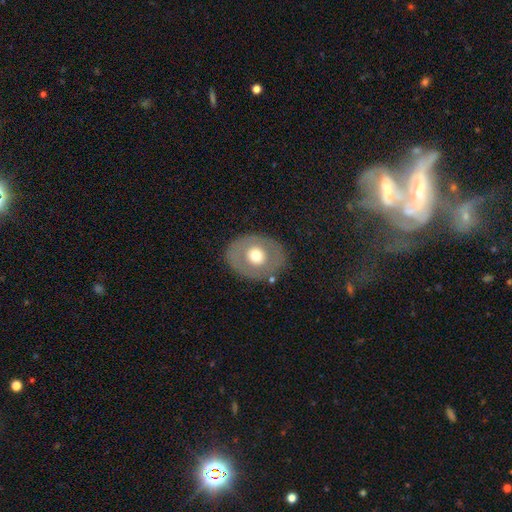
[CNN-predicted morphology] Smooth or featured?
  - smooth: 53% *
  - featured or disk: 40%
  - star or artifact: 7%
How rounded?
  - round: 54% *
  - in between: 45%
  - cigar-shaped: 1%
Merging?
  - none: 82% *
  - minor disturbance: 11%
  - major disturbance: 5%
  - merger: 2%